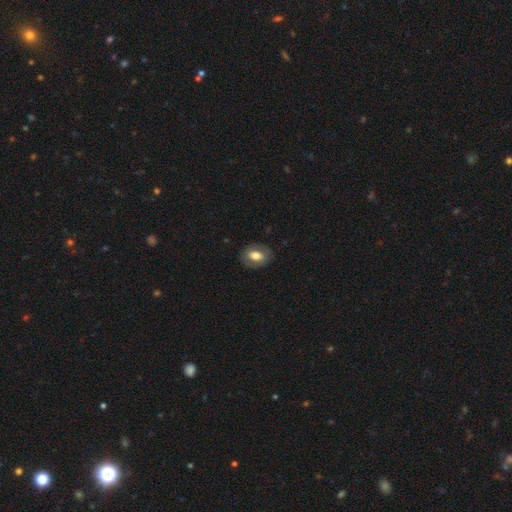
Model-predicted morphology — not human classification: This is likely a smooth galaxy (64%). How rounded: likely in between (77%). Merging: clearly none (83%).